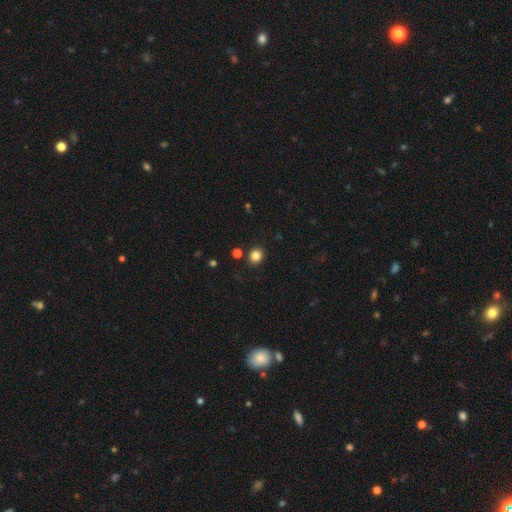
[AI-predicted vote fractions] Smooth or featured?
  - smooth: 83% *
  - star or artifact: 12%
  - featured or disk: 5%
How rounded?
  - round: 70% *
  - in between: 29%
  - cigar-shaped: 1%
Merging?
  - none: 86% *
  - minor disturbance: 8%
  - merger: 4%
  - major disturbance: 2%